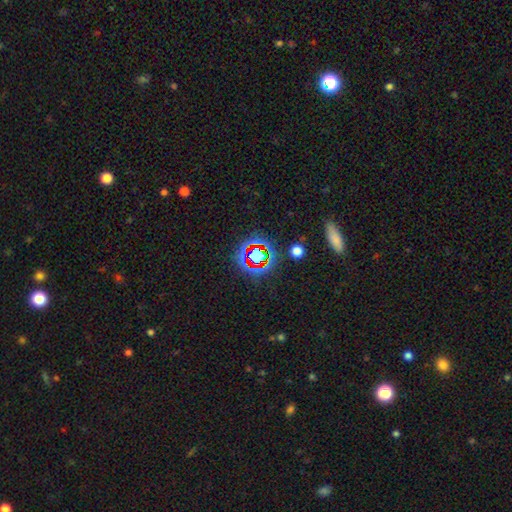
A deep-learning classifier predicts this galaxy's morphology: Smooth or featured? Predicted: star or artifact (p=0.70).